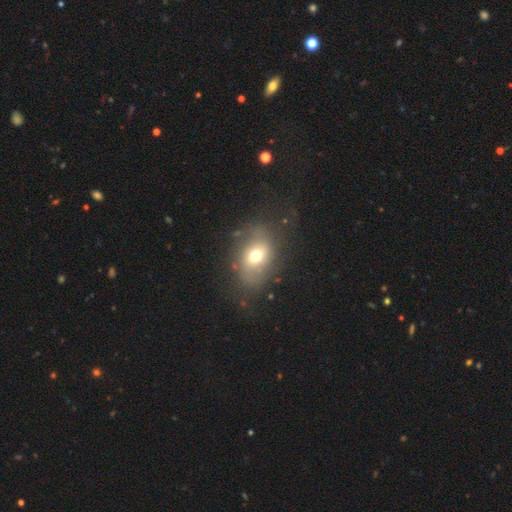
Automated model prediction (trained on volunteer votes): Smooth or featured? smooth (63%)
How rounded? in between (71%)
Merging? none (64%)